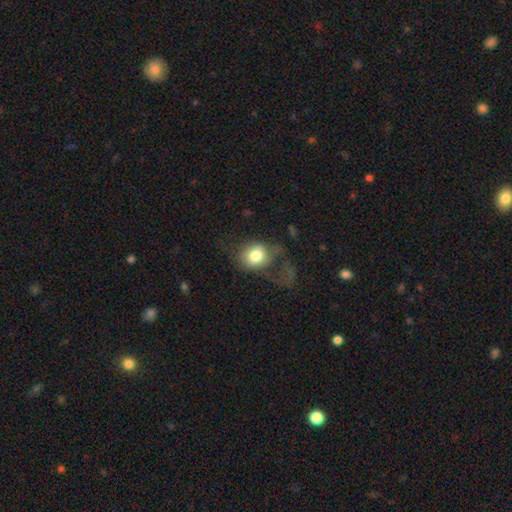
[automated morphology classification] type=smooth (73%); roundness=round (50%); merging=major disturbance (44%).